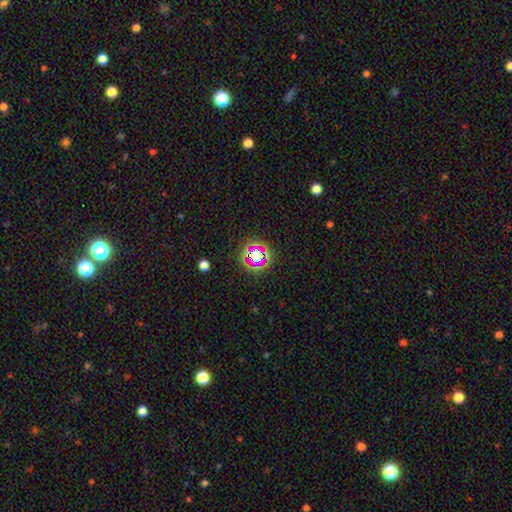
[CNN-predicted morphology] The model was most divided on "smooth or featured": star or artifact: 60%, smooth: 27%, featured or disk: 13%.